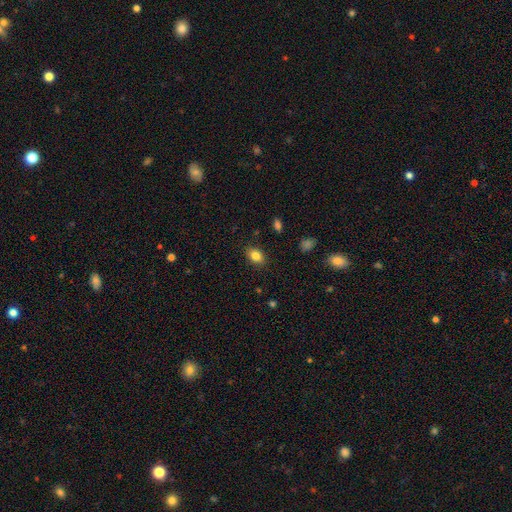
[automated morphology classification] Smooth or featured: smooth — 84% (star or artifact — 10%)
How rounded: in between — 76% (round — 22%)
Merging: none — 87% (minor disturbance — 10%)